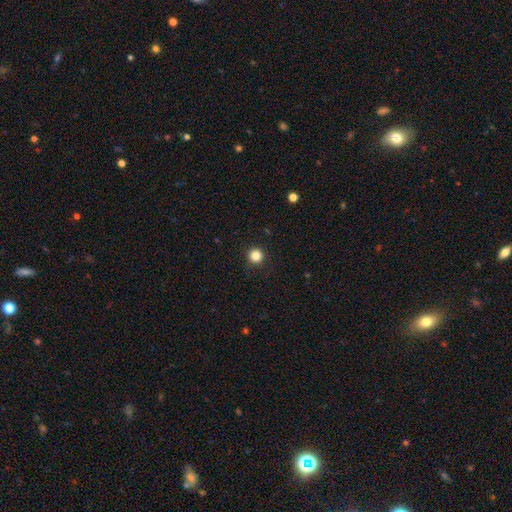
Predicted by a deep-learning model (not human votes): Smooth or featured? smooth (85%)
How rounded? round (96%)
Merging? none (92%)